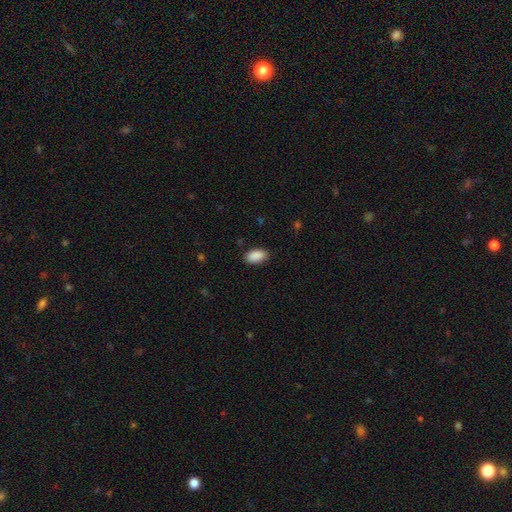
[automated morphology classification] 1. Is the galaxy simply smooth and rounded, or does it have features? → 91% smooth, 7% star or artifact, 3% featured or disk.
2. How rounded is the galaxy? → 94% in between, 3% round, 3% cigar-shaped.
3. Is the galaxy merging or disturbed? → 87% none, 10% minor disturbance, 2% major disturbance, 1% merger.